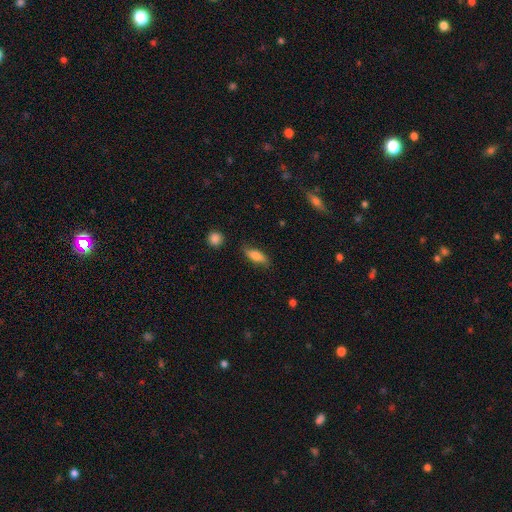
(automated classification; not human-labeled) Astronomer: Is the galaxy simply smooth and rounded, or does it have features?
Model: smooth — 72%.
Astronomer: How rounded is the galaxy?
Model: in between — 68%.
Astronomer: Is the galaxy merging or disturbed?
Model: none — 75%.